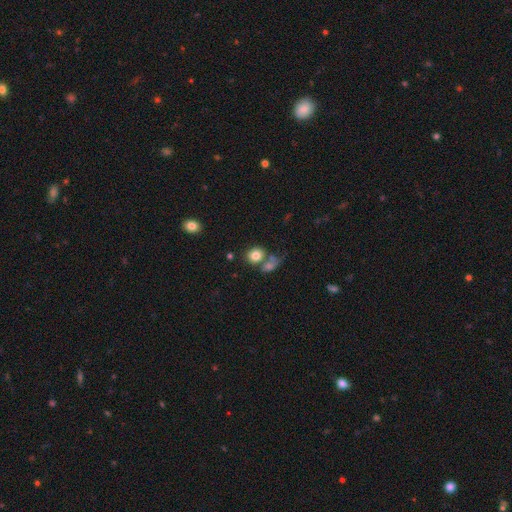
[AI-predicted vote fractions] A smooth galaxy with no disk features (80%) that is round (67%).

Vote fractions:
- Smooth or featured? smooth: 80% / star or artifact: 10% / featured or disk: 9%
- How rounded? round: 67% / in between: 32% / cigar-shaped: 1%
- Merging? none: 54% / merger: 29% / minor disturbance: 11% / major disturbance: 6%